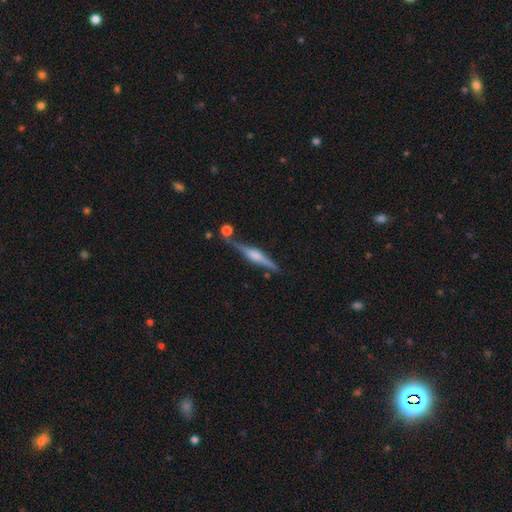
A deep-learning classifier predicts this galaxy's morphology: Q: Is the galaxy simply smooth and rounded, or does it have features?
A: featured or disk — 75%.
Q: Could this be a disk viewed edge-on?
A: yes — 97%.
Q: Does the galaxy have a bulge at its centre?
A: rounded — 71%.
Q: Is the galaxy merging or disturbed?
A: none — 68%.